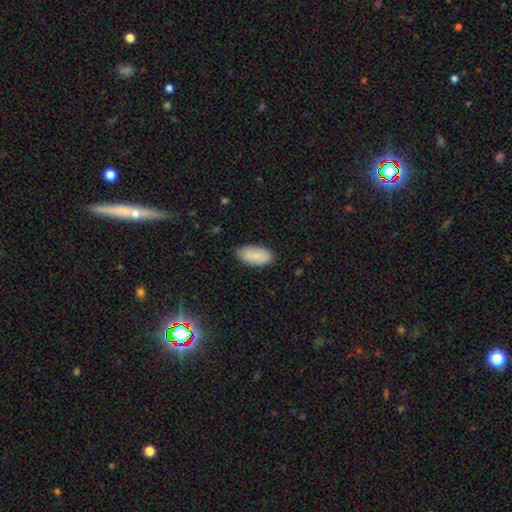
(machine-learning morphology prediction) Smooth or featured? Predicted: smooth (p=0.77). How rounded? Predicted: in between (p=0.94). Merging? Predicted: none (p=0.78).